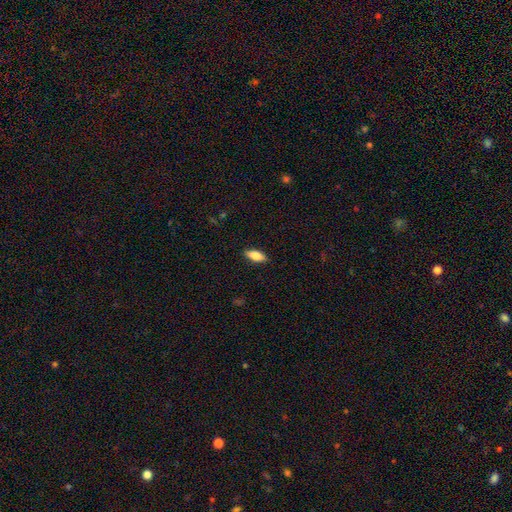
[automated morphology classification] type=smooth (78%); roundness=in between (81%); merging=none (88%).